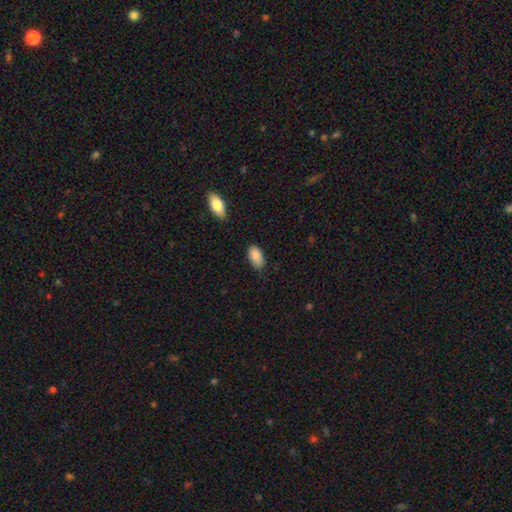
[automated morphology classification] Overall: smooth (88%). How rounded: in between (94%). Merging: none (77%).